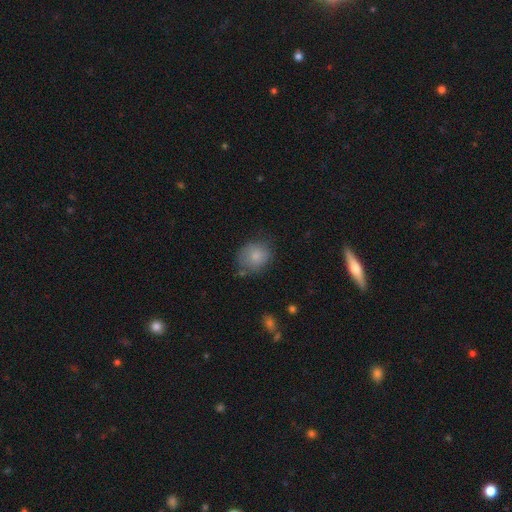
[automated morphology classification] Smooth or featured? Predicted: smooth (p=0.82). How rounded? Predicted: round (p=0.68). Merging? Predicted: none (p=0.65).